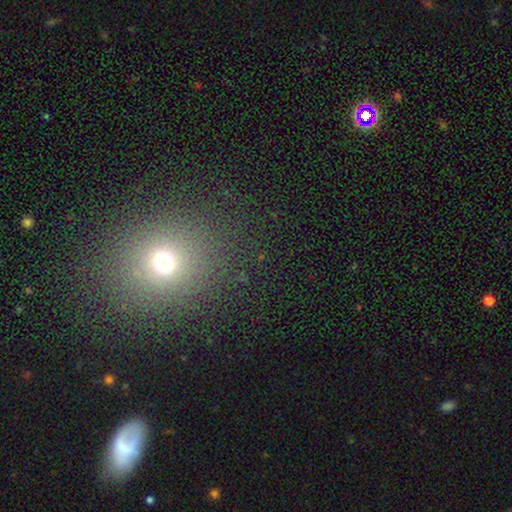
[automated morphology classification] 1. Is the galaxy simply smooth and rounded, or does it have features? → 59% smooth, 31% star or artifact, 9% featured or disk.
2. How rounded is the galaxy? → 72% round, 26% in between, 2% cigar-shaped.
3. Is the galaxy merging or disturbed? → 87% none, 7% minor disturbance, 3% major disturbance, 2% merger.